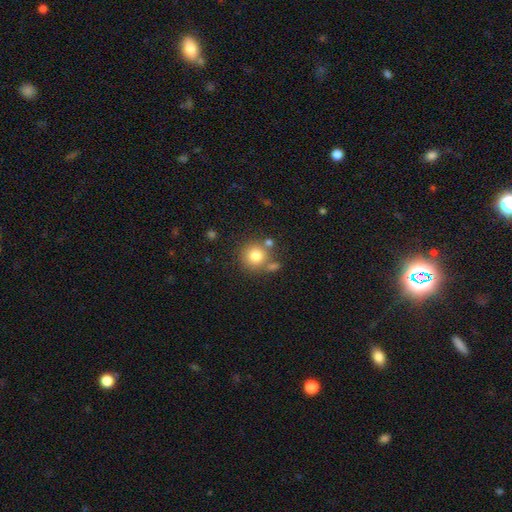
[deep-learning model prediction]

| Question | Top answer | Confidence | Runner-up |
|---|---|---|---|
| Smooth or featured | smooth | 79% | star or artifact (11%) |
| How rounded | round | 92% | in between (7%) |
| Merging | none | 70% | merger (15%) |